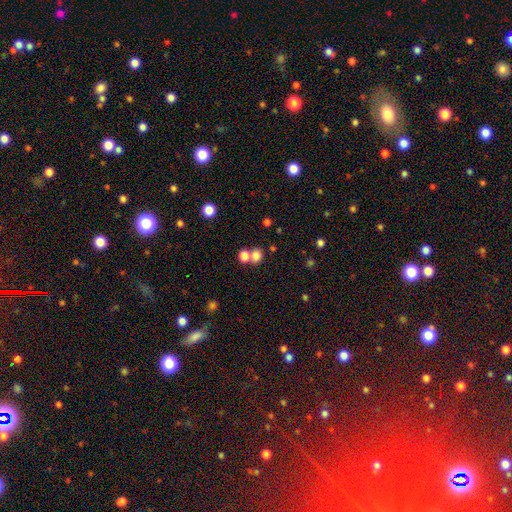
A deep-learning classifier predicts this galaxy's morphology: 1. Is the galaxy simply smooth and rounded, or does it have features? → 78% smooth, 14% star or artifact, 8% featured or disk.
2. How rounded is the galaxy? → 68% round, 31% in between, 1% cigar-shaped.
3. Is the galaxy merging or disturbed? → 48% none, 41% merger, 7% minor disturbance, 3% major disturbance.